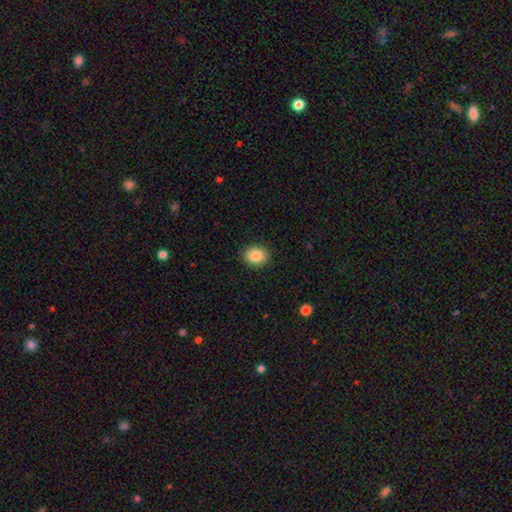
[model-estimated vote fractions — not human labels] smooth-or-featured: smooth: 86% | star or artifact: 9% | featured or disk: 5%
  how-rounded: round: 63% | in between: 36% | cigar-shaped: 1%
  merging: none: 90% | minor disturbance: 7% | major disturbance: 2% | merger: 1%